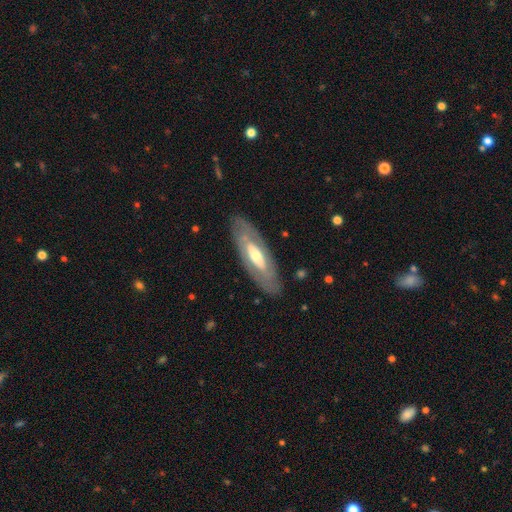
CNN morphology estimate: smooth-or-featured: featured or disk: 65% | smooth: 30% | star or artifact: 5%
  disk-edge-on: no: 74% | yes: 26%
  merging: none: 83% | minor disturbance: 12% | major disturbance: 4% | merger: 1%